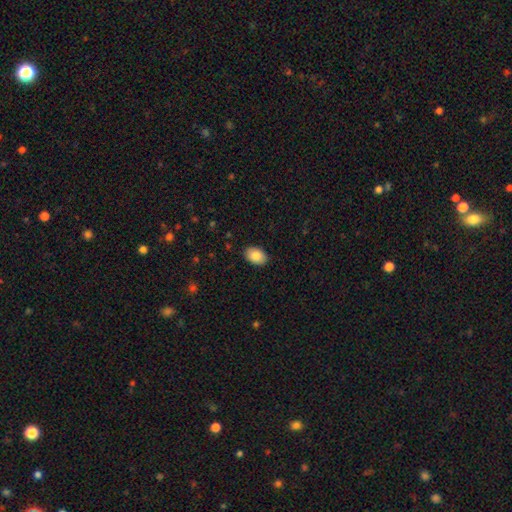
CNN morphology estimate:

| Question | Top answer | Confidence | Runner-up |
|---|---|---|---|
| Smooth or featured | smooth | 86% | featured or disk (7%) |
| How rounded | in between | 86% | round (13%) |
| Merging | none | 89% | minor disturbance (8%) |